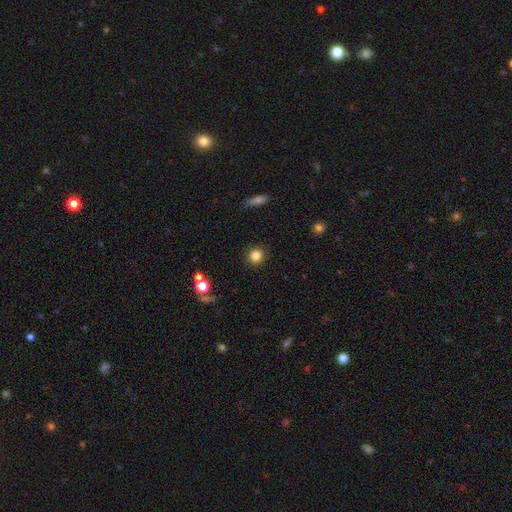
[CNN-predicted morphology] Q: Smooth or featured?
A: smooth (83%); runner-up: star or artifact (11%)
Q: How rounded?
A: round (93%); runner-up: in between (6%)
Q: Merging?
A: none (90%); runner-up: minor disturbance (6%)